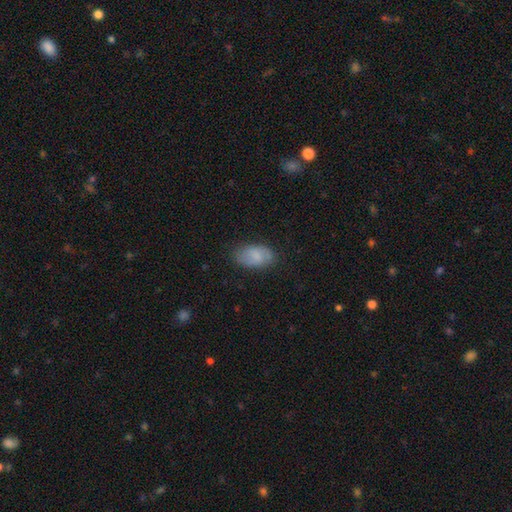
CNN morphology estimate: Smooth or featured?
  - smooth: 75% *
  - featured or disk: 18%
  - star or artifact: 7%
How rounded?
  - in between: 93% *
  - round: 4%
  - cigar-shaped: 2%
Merging?
  - none: 75% *
  - minor disturbance: 19%
  - major disturbance: 5%
  - merger: 1%